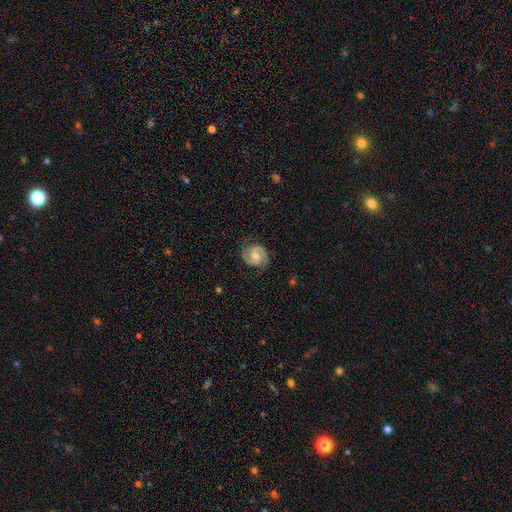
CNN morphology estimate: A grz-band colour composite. It shows a featured or disk galaxy (78%) with no bar (51%), 2 (90%) medium (45%) spiral arms (96%) and a moderate central bulge (55%). Merging: none (79%).